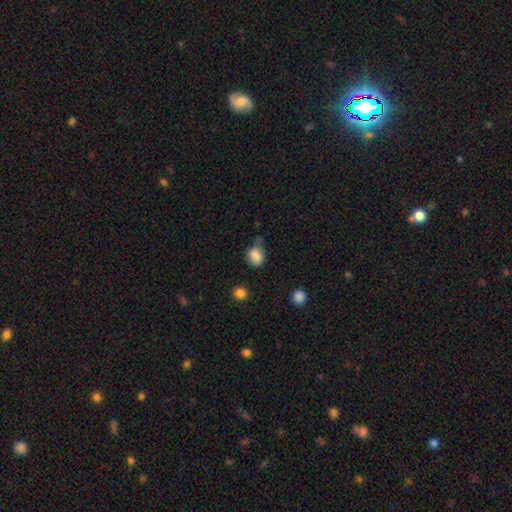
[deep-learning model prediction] This is clearly a smooth galaxy (83%). How rounded: possibly round (57%). Merging: possibly none (52%).